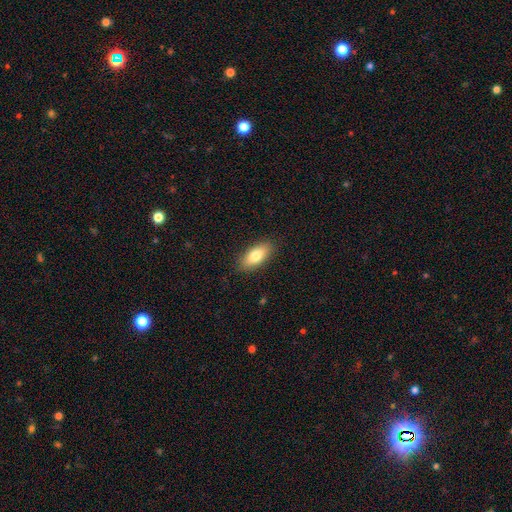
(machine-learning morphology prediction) This is likely a smooth galaxy (80%). How rounded: clearly in between (86%). Merging: clearly none (88%).